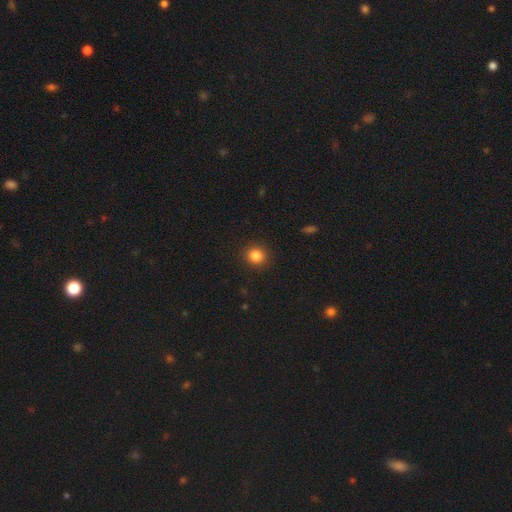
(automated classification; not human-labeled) Q: Smooth or featured?
A: smooth (85%); runner-up: star or artifact (11%)
Q: How rounded?
A: round (88%); runner-up: in between (11%)
Q: Merging?
A: none (91%); runner-up: minor disturbance (6%)